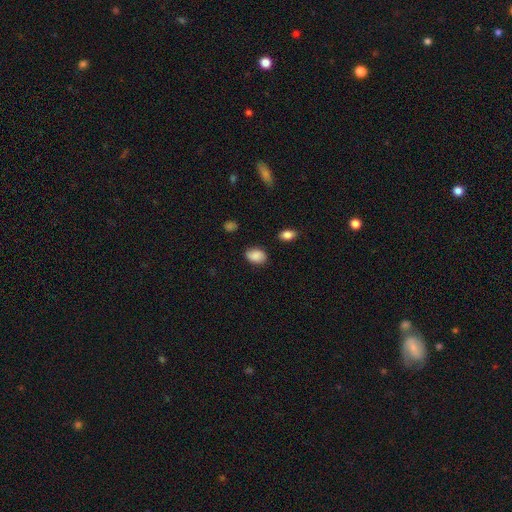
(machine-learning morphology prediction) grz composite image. It shows a smooth galaxy with no disk features (85%) that is in between round and cigar-shaped (80%). Merging: none (78%).